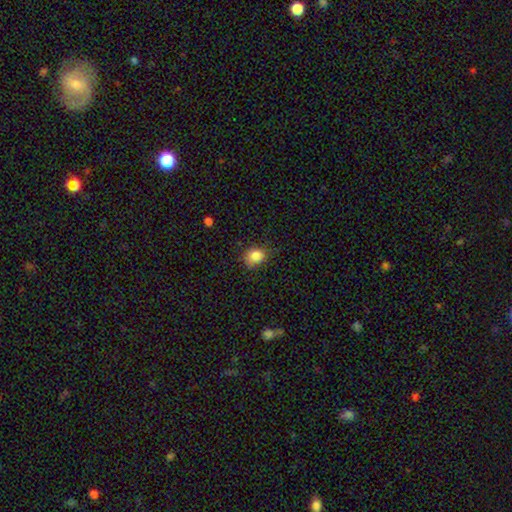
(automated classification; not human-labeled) This is clearly a smooth galaxy (84%). How rounded: possibly round (58%). Merging: likely none (67%).